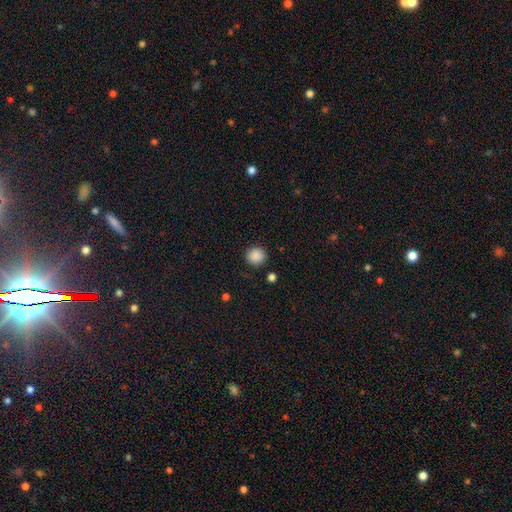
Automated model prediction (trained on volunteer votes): A smooth galaxy with no disk features (88%) that is round (93%). Merging: none (89%).